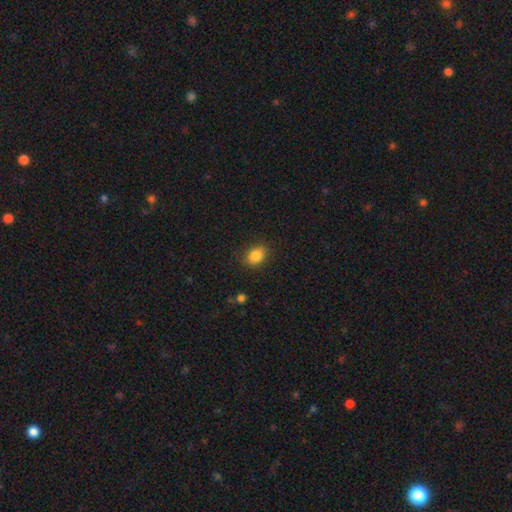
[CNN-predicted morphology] Smooth or featured?
  - smooth: 85% *
  - star or artifact: 10%
  - featured or disk: 5%
How rounded?
  - in between: 68% *
  - round: 31%
  - cigar-shaped: 1%
Merging?
  - none: 83% *
  - minor disturbance: 13%
  - major disturbance: 3%
  - merger: 1%